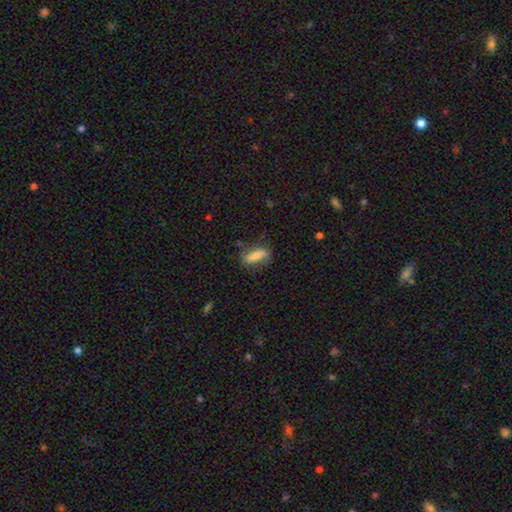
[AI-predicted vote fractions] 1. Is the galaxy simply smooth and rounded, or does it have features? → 71% smooth, 21% featured or disk, 7% star or artifact.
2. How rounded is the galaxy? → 62% in between, 35% cigar-shaped, 3% round.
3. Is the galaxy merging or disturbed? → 72% none, 19% minor disturbance, 7% major disturbance, 2% merger.